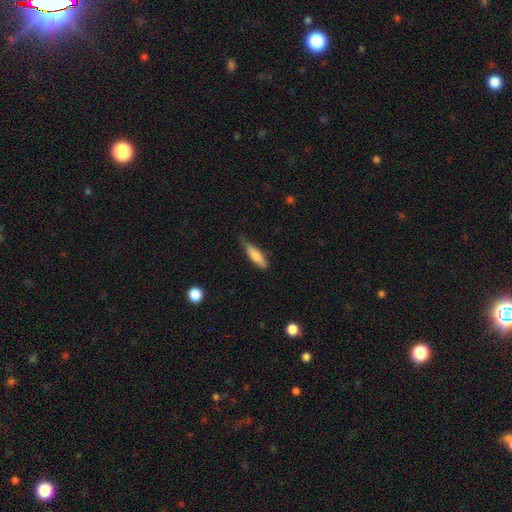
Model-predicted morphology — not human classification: Q: Smooth or featured?
A: smooth (74%); runner-up: featured or disk (20%)
Q: How rounded?
A: cigar-shaped (63%); runner-up: in between (35%)
Q: Merging?
A: none (55%); runner-up: minor disturbance (36%)